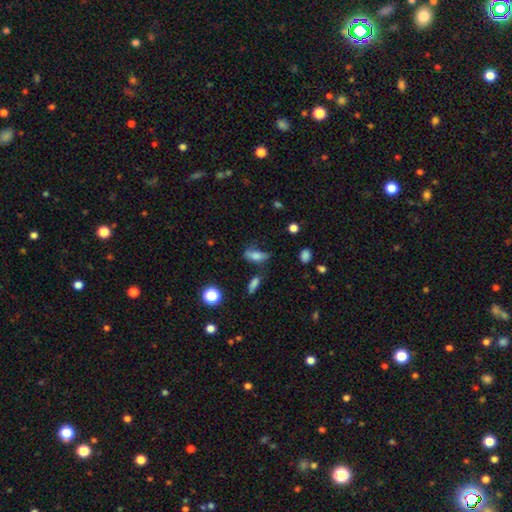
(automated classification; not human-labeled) Smooth or featured?
  - smooth: 66% *
  - featured or disk: 22%
  - star or artifact: 12%
How rounded?
  - in between: 70% *
  - cigar-shaped: 24%
  - round: 6%
Merging?
  - none: 48% *
  - minor disturbance: 29%
  - major disturbance: 14%
  - merger: 9%